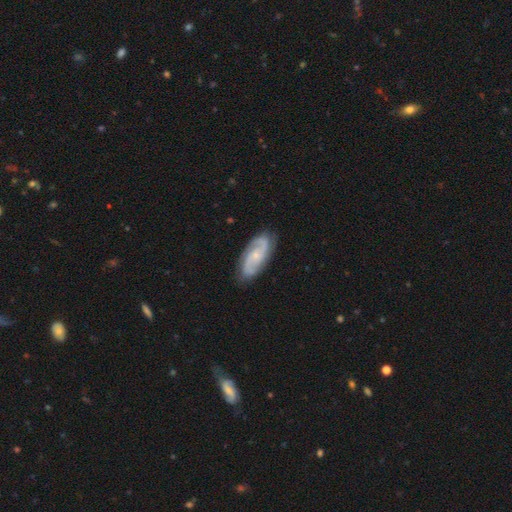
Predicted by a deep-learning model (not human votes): featured or disk 83%, smooth 12%, star or artifact 5%. Down the decision tree: edge-on disk — no (95%); bar — no (60%); spiral arms — yes (97%); spiral arm count — 2 (80%); spiral winding — medium (48%); bulge size — small (68%); merging — none (83%).